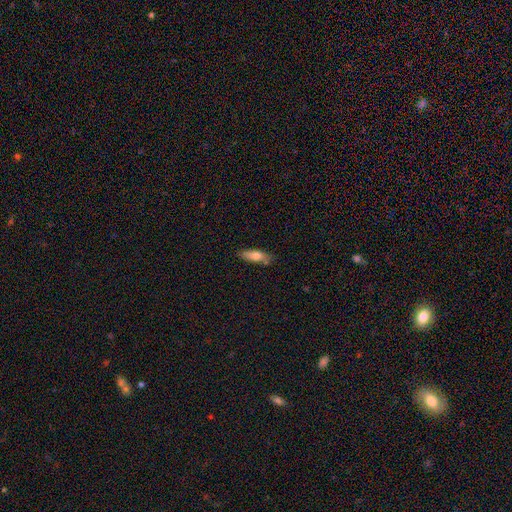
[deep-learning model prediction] This is likely a smooth galaxy (72%). How rounded: possibly in between (56%). Merging: likely none (74%).